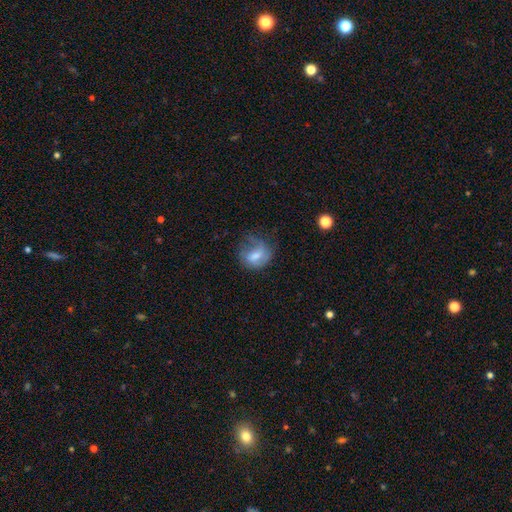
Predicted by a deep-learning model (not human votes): Smooth or featured: smooth — 58% (featured or disk — 33%)
How rounded: round — 54% (in between — 44%)
Merging: none — 40% (minor disturbance — 30%)